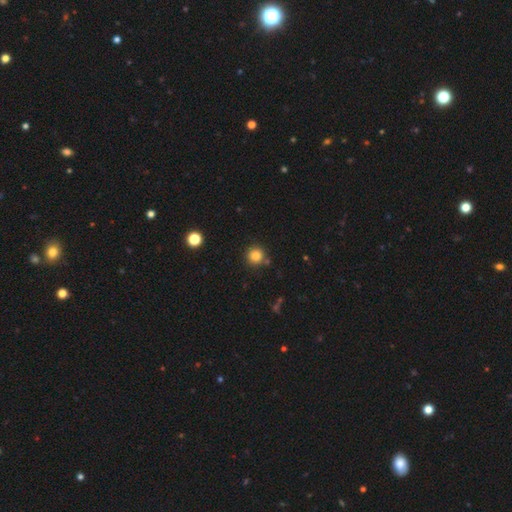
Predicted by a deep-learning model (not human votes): A smooth galaxy with no disk features (83%) that is round (94%).

Vote fractions:
- Smooth or featured? smooth: 83% / star or artifact: 12% / featured or disk: 5%
- How rounded? round: 94% / in between: 5% / cigar-shaped: 1%
- Merging? none: 84% / minor disturbance: 8% / merger: 6% / major disturbance: 2%